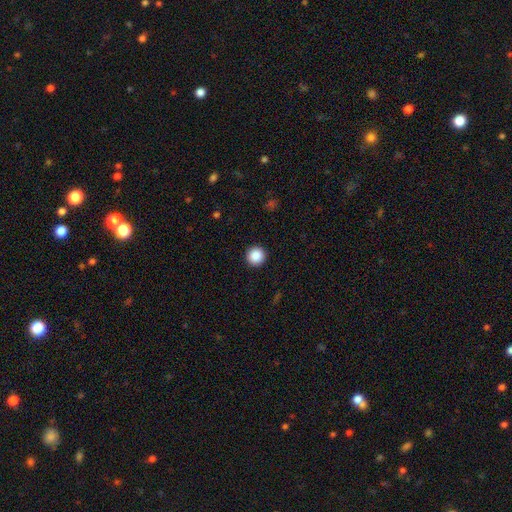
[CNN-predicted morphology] The model was most divided on "smooth or featured": smooth: 88%, star or artifact: 9%, featured or disk: 3%. More confident: how rounded — round (96%); merging — none (93%).